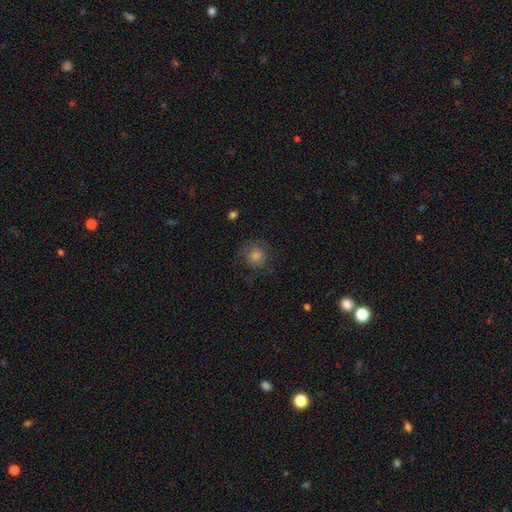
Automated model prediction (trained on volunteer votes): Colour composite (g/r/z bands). It shows a smooth galaxy with no disk features (63%) that is round (88%). Merging: none (75%).